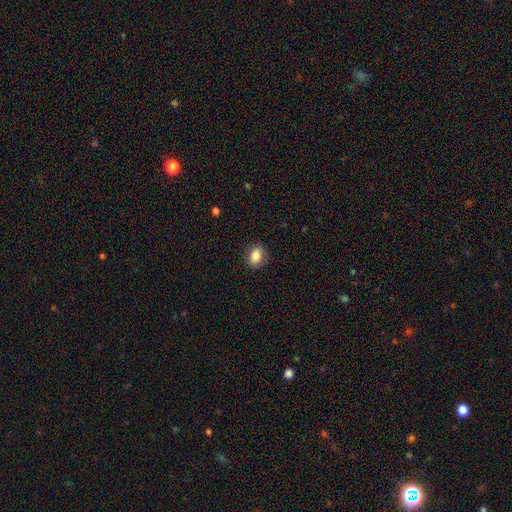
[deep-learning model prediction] Smooth or featured? Predicted: smooth (p=0.84). How rounded? Predicted: in between (p=0.68). Merging? Predicted: none (p=0.86).